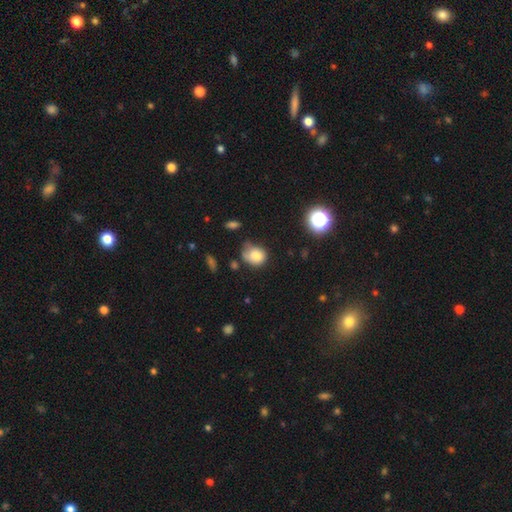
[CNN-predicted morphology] smooth-or-featured: smooth: 77% | featured or disk: 12% | star or artifact: 11%
  how-rounded: round: 58% | in between: 41% | cigar-shaped: 1%
  merging: none: 39% | minor disturbance: 37% | major disturbance: 17% | merger: 6%